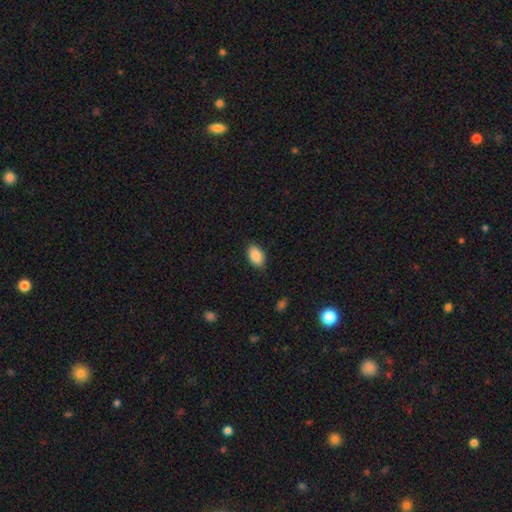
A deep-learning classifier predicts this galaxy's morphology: Q: Smooth or featured?
A: smooth (89%); runner-up: star or artifact (7%)
Q: How rounded?
A: in between (92%); runner-up: round (7%)
Q: Merging?
A: none (85%); runner-up: minor disturbance (12%)